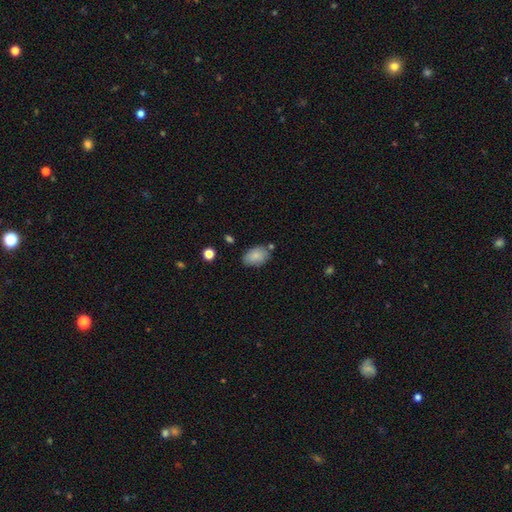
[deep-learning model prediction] smooth 82%, featured or disk 11%, star or artifact 7%. Down the decision tree: how rounded — in between (87%); merging — none (72%).